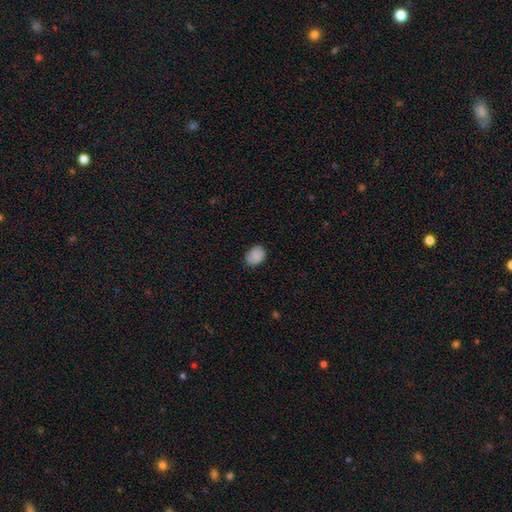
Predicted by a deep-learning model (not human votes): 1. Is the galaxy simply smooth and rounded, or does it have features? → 87% smooth, 8% star or artifact, 5% featured or disk.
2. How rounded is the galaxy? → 57% in between, 42% round, 1% cigar-shaped.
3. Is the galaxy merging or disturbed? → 77% none, 19% minor disturbance, 3% major disturbance, 1% merger.